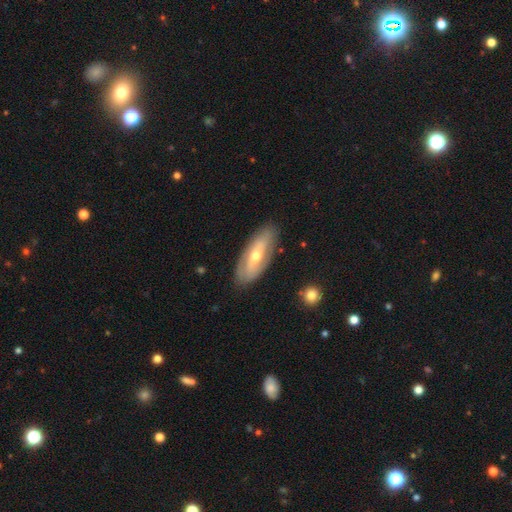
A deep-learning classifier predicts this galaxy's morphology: Smooth or featured? Predicted: featured or disk (p=0.59). Edge-on disk? Predicted: no (p=0.78). Merging? Predicted: none (p=0.84).